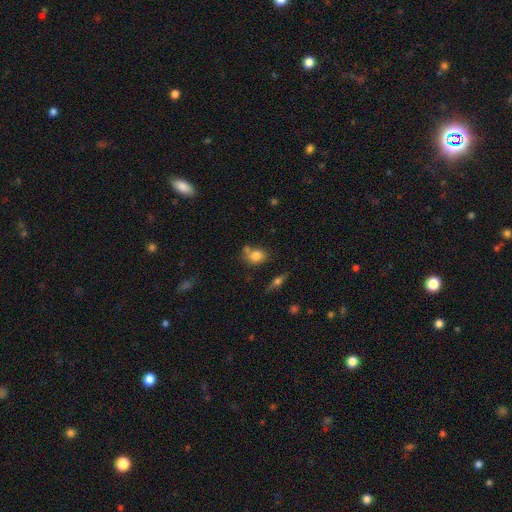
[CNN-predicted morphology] A smooth galaxy with no disk features (78%) that is in between round and cigar-shaped (57%). Merging: none (56%).